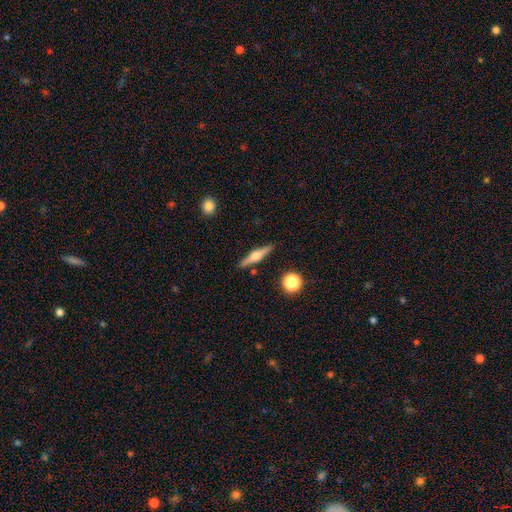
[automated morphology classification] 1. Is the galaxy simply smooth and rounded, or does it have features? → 63% featured or disk, 30% smooth, 7% star or artifact.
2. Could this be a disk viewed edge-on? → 97% yes, 3% no.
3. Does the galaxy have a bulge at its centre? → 89% rounded, 8% boxy, 4% none.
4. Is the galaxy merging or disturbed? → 89% none, 7% minor disturbance, 2% merger, 2% major disturbance.